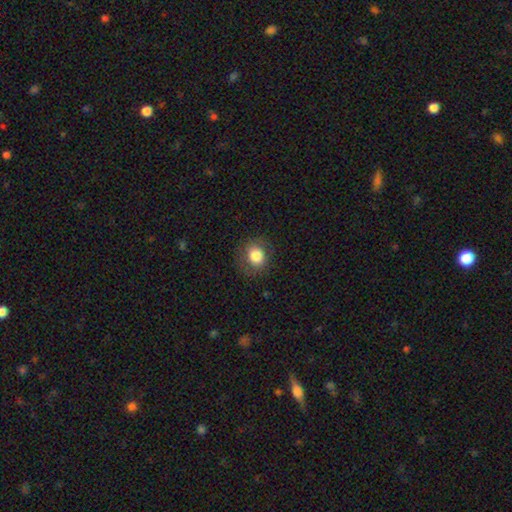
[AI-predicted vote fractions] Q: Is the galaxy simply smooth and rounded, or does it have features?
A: smooth — 81%.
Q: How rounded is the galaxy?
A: round — 74%.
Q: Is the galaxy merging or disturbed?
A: none — 82%.